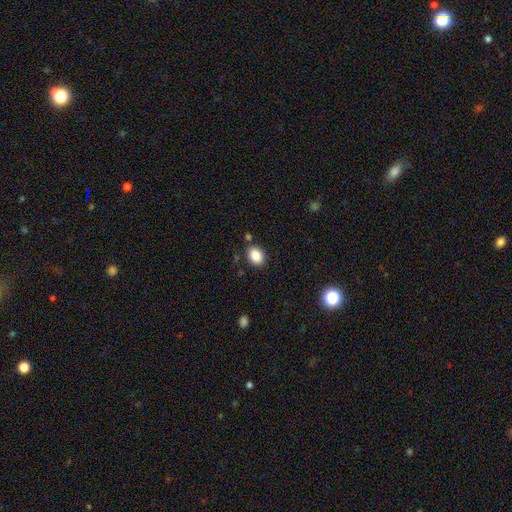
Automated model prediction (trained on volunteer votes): Morphology: type=smooth (87%); roundness=in between (71%); merging=none (83%).